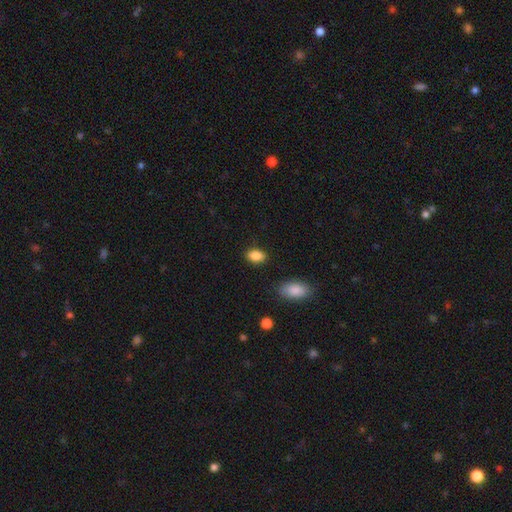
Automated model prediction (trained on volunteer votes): Smooth or featured: smooth — 87% (star or artifact — 8%)
How rounded: in between — 86% (round — 12%)
Merging: none — 86% (minor disturbance — 9%)